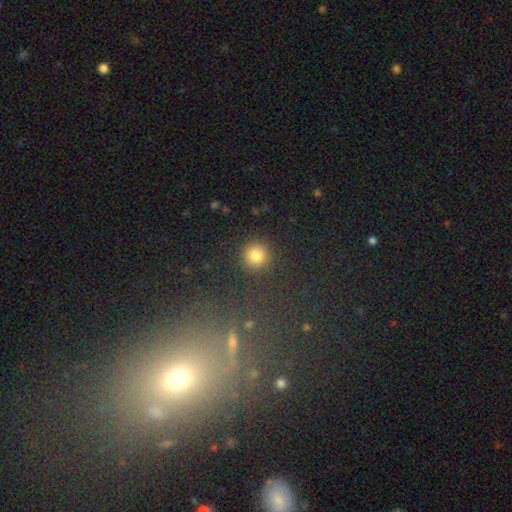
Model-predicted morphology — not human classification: Smooth or featured?
  - smooth: 82% *
  - star or artifact: 13%
  - featured or disk: 5%
How rounded?
  - round: 93% *
  - in between: 6%
  - cigar-shaped: 1%
Merging?
  - none: 88% *
  - minor disturbance: 7%
  - major disturbance: 3%
  - merger: 2%